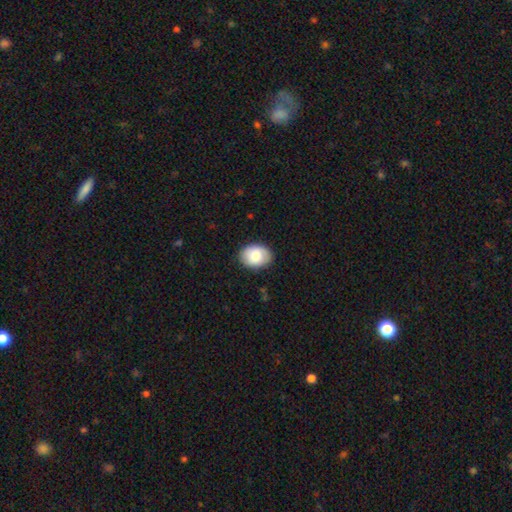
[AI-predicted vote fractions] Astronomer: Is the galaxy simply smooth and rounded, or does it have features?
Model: smooth — 82%.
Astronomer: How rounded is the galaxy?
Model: in between — 67%.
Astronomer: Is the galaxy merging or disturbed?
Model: none — 87%.